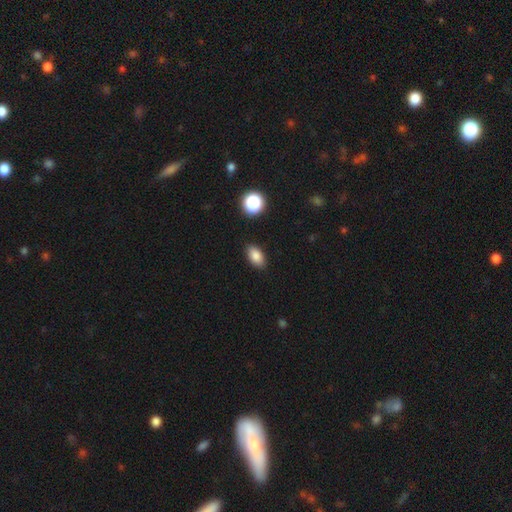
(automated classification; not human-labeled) A smooth galaxy with no disk features (85%) that is in between round and cigar-shaped (90%).

Vote fractions:
- Smooth or featured? smooth: 85% / star or artifact: 10% / featured or disk: 6%
- How rounded? in between: 90% / round: 7% / cigar-shaped: 3%
- Merging? none: 87% / minor disturbance: 9% / major disturbance: 2% / merger: 2%